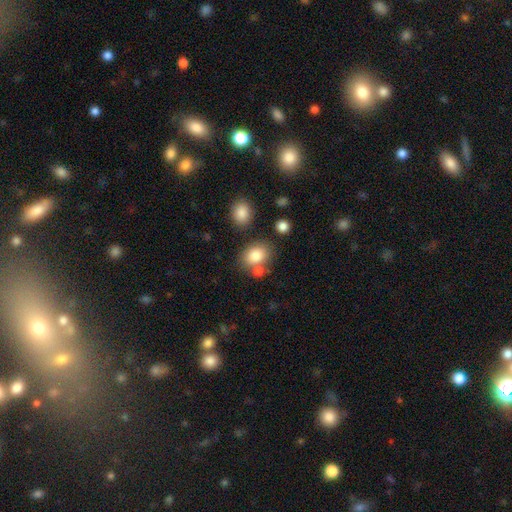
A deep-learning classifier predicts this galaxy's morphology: smooth_or_featured: smooth (p=0.81) [alt: star or artifact p=0.09]
how_rounded: in between (p=0.59) [alt: round p=0.40]
merging: none (p=0.65) [alt: merger p=0.18]